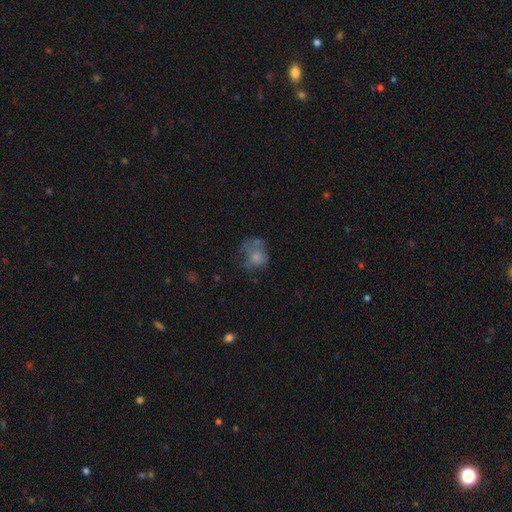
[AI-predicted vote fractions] This is likely a smooth galaxy (65%). How rounded: likely round (61%). Merging: marginally none (39%).